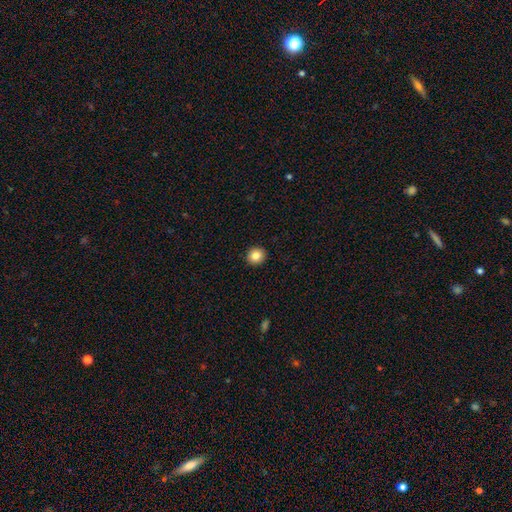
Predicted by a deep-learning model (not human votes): A smooth galaxy with no disk features (84%) that is round (87%). Merging: none (93%).